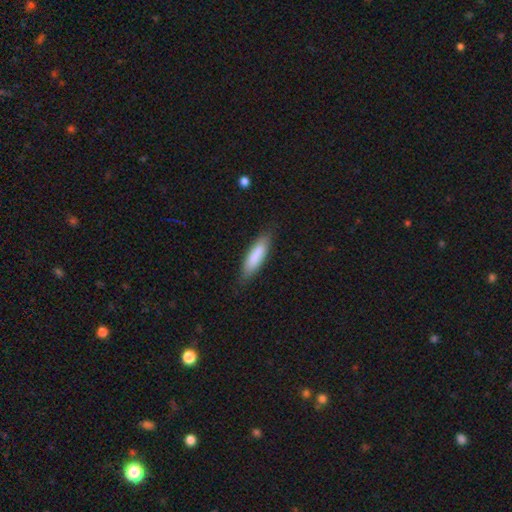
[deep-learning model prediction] Smooth or featured?
  - smooth: 84% *
  - featured or disk: 10%
  - star or artifact: 5%
How rounded?
  - cigar-shaped: 61% *
  - in between: 38%
  - round: 1%
Merging?
  - none: 84% *
  - minor disturbance: 13%
  - major disturbance: 2%
  - merger: 1%